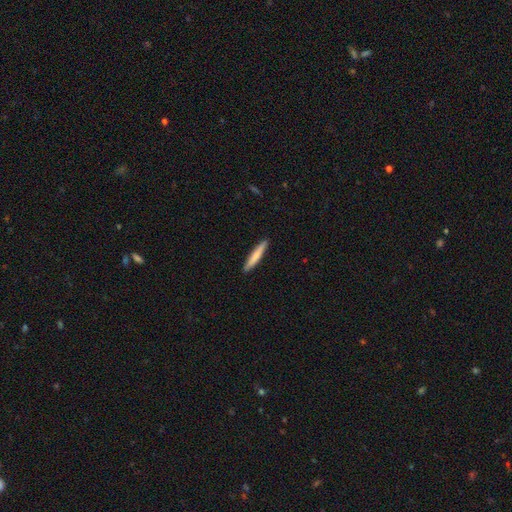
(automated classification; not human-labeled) Overall: smooth (74%). How rounded: cigar-shaped (94%). Merging: none (91%).